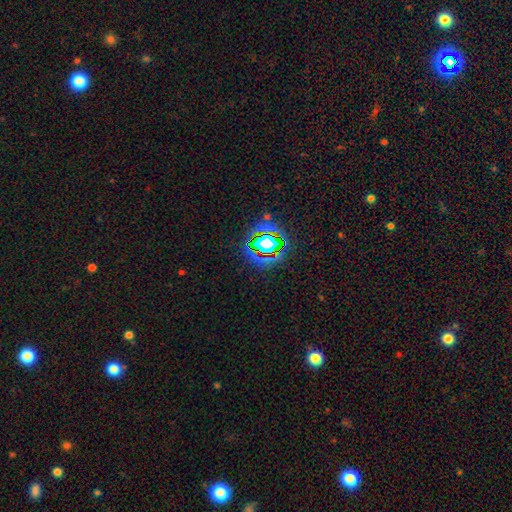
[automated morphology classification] smooth_or_featured: star or artifact (p=0.67) [alt: smooth p=0.19]